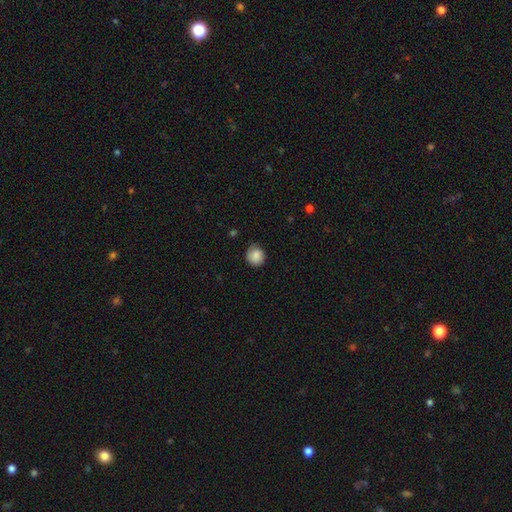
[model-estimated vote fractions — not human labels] Morphology: type=smooth (84%); roundness=round (83%); merging=none (73%).